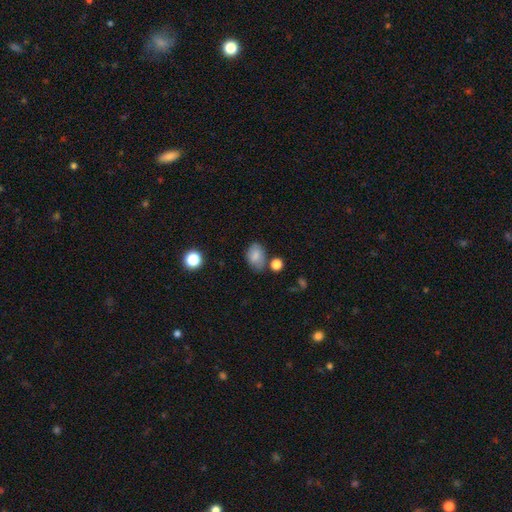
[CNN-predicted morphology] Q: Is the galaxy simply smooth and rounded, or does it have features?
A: smooth — 81%.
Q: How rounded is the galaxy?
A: in between — 82%.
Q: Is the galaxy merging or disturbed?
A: none — 67%.